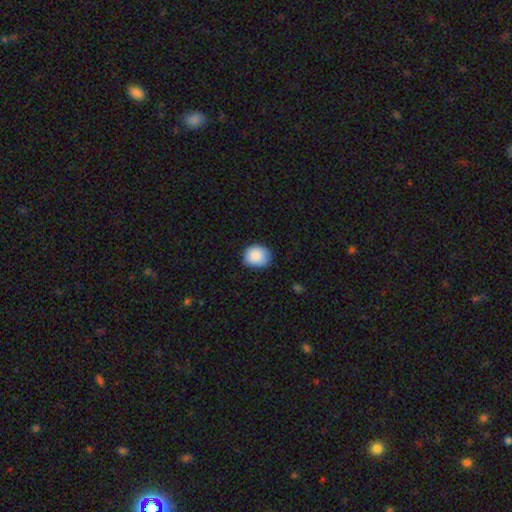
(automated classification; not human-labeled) Smooth or featured? Predicted: smooth (p=0.89). How rounded? Predicted: round (p=0.70). Merging? Predicted: none (p=0.81).